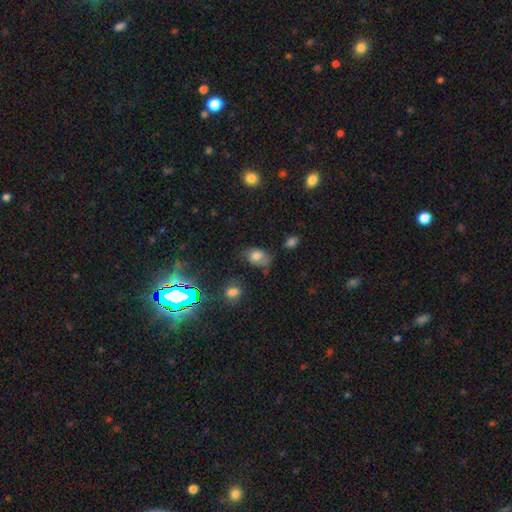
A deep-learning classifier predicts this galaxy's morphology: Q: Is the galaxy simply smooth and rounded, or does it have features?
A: smooth — 70%.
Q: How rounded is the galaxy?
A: in between — 76%.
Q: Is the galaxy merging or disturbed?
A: none — 52%.